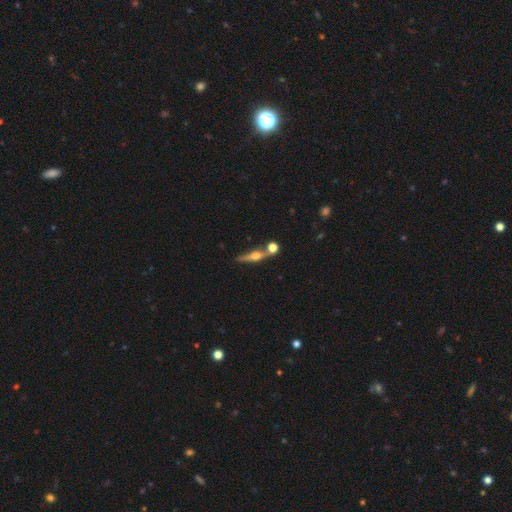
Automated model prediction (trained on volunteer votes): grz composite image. It shows a featured or disk galaxy (66%) viewed edge-on (94%) with a rounded central bulge (93%). Merging: none (65%).